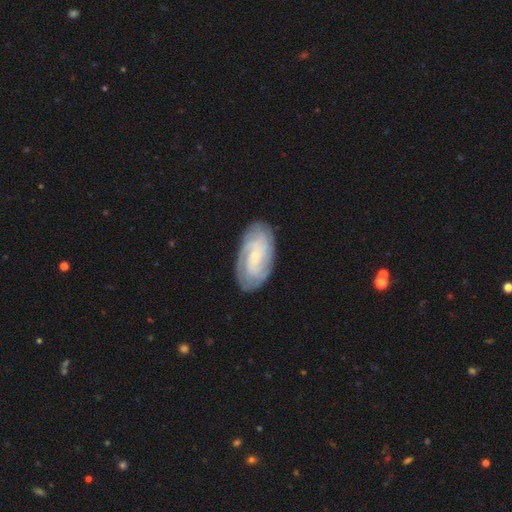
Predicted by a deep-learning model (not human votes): featured or disk 77%, smooth 17%, star or artifact 6%. Down the decision tree: edge-on disk — no (95%); bar — no (65%); spiral arms — yes (94%); spiral arm count — can't tell (39%); spiral winding — tight (69%); bulge size — small (76%); merging — none (81%).